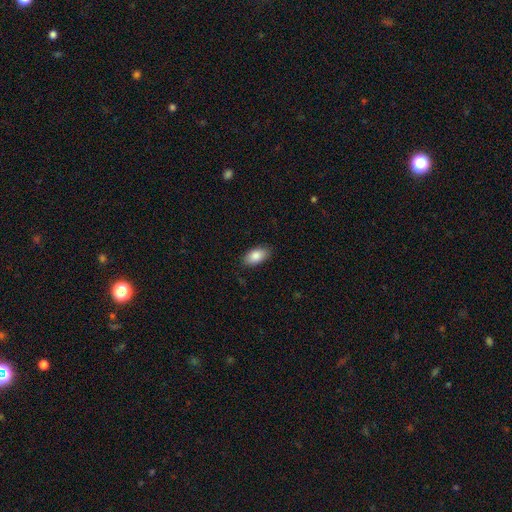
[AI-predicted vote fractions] Smooth or featured? smooth (87%)
How rounded? in between (93%)
Merging? none (87%)